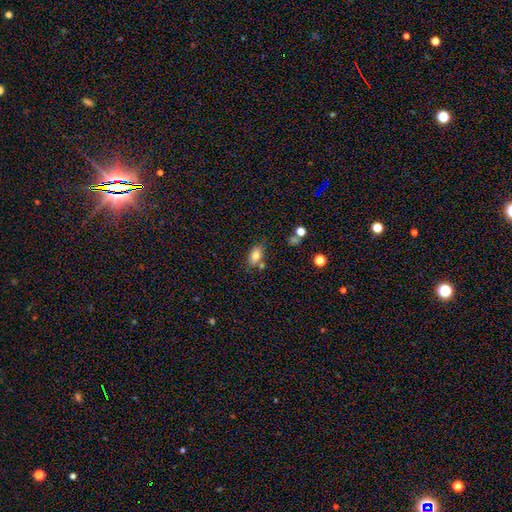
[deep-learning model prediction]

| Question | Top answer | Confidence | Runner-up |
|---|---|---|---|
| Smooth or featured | smooth | 80% | featured or disk (11%) |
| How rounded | in between | 85% | round (10%) |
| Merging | none | 67% | minor disturbance (17%) |